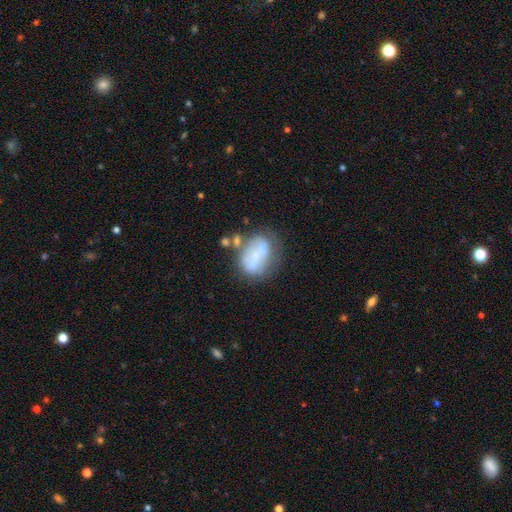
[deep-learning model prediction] Smooth or featured?
  - smooth: 53% *
  - featured or disk: 37%
  - star or artifact: 10%
How rounded?
  - in between: 75% *
  - round: 23%
  - cigar-shaped: 2%
Merging?
  - none: 40% *
  - minor disturbance: 27%
  - major disturbance: 17%
  - merger: 16%